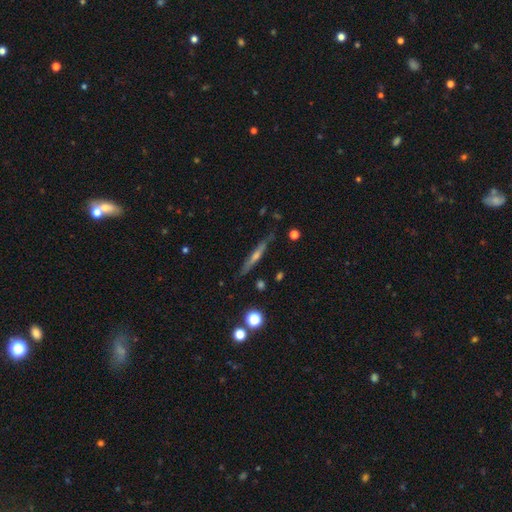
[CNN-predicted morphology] Smooth or featured? featured or disk (68%)
Edge-on disk? yes (96%)
Edge-on bulge? rounded (71%)
Merging? none (85%)